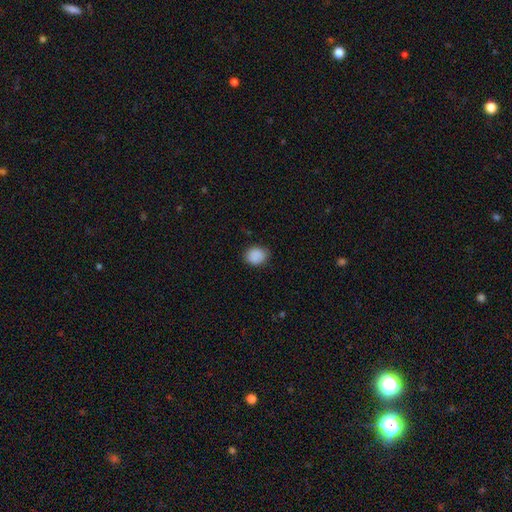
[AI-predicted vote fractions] The model was most divided on "how rounded": round: 66%, in between: 33%, cigar-shaped: 1%. More confident: smooth or featured — smooth (88%); merging — none (82%).